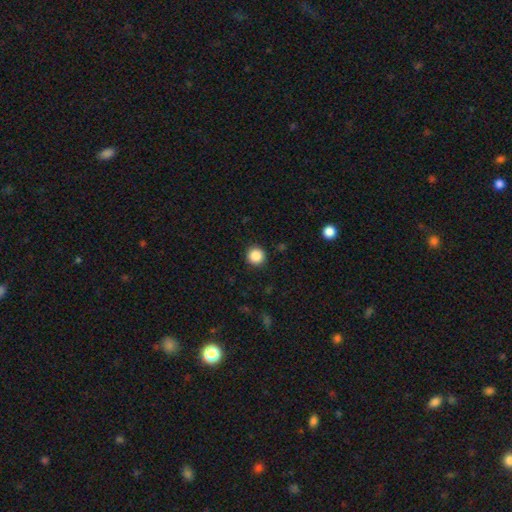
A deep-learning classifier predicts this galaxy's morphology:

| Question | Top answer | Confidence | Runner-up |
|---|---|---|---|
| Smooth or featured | smooth | 87% | star or artifact (10%) |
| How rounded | round | 95% | in between (4%) |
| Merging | none | 92% | minor disturbance (5%) |